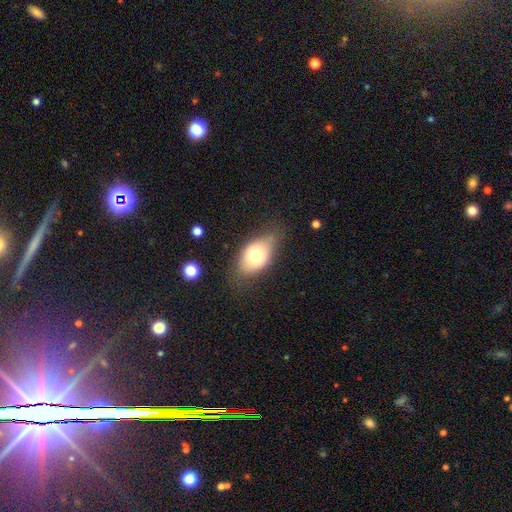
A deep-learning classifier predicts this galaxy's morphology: A smooth galaxy with no disk features (71%) that is in between round and cigar-shaped (87%). Merging: none (65%).